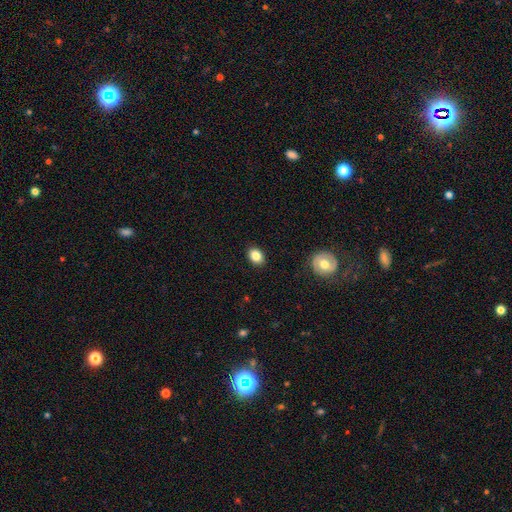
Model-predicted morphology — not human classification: Smooth or featured? Predicted: smooth (p=0.85). How rounded? Predicted: in between (p=0.64). Merging? Predicted: none (p=0.89).